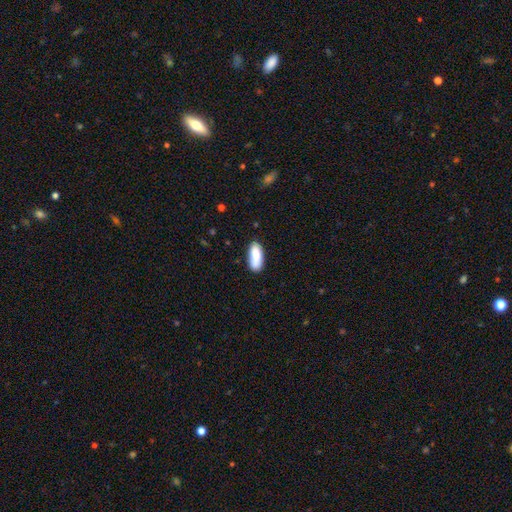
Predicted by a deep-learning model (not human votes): Smooth or featured? Predicted: smooth (p=0.83). How rounded? Predicted: in between (p=0.78). Merging? Predicted: none (p=0.68).